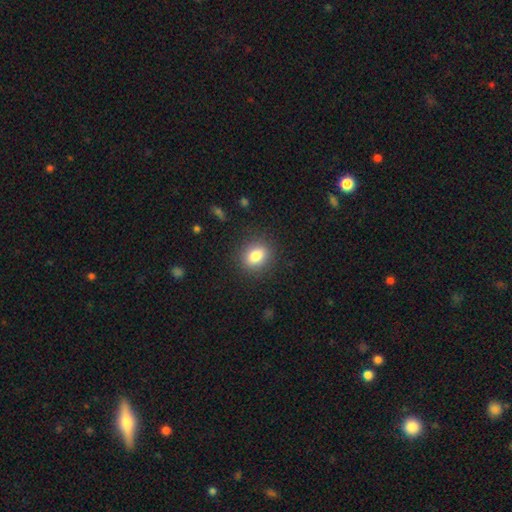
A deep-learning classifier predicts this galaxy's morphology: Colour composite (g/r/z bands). It shows a smooth galaxy with no disk features (83%) that is in between round and cigar-shaped (53%). Merging: none (88%).